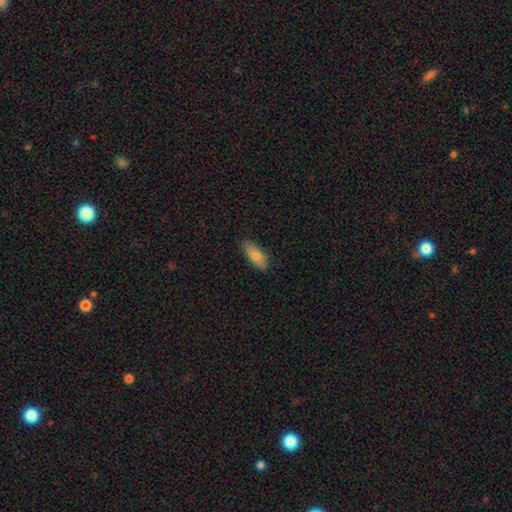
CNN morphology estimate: Smooth or featured: smooth — 79% (featured or disk — 15%)
How rounded: in between — 78% (cigar-shaped — 19%)
Merging: none — 84% (minor disturbance — 12%)